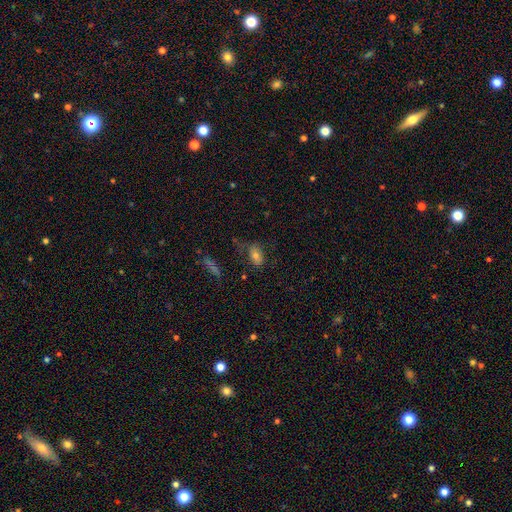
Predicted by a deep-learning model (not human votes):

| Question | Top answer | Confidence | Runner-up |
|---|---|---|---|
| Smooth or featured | smooth | 71% | featured or disk (16%) |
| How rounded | in between | 87% | round (8%) |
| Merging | none | 62% | minor disturbance (22%) |